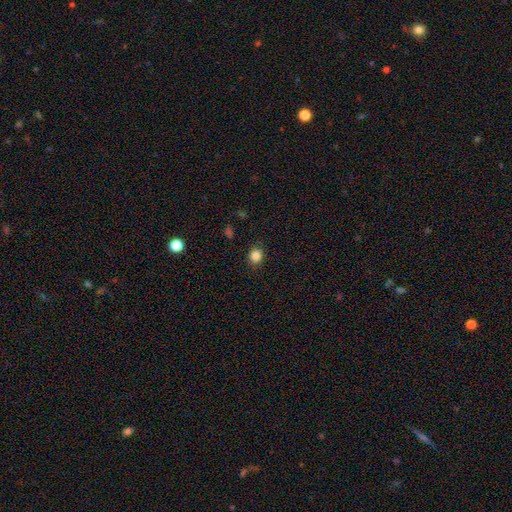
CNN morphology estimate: smooth 84%, star or artifact 11%, featured or disk 4%. Down the decision tree: how rounded — round (75%); merging — none (88%).